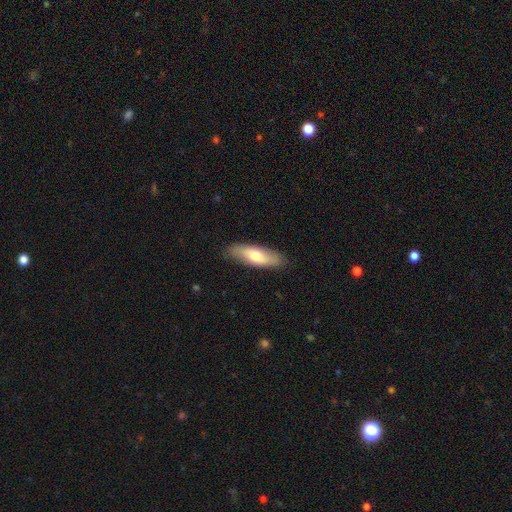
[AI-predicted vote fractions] The model was most divided on "how rounded": in between: 55%, cigar-shaped: 43%, round: 2%. More confident: merging — none (85%); smooth or featured — smooth (64%).